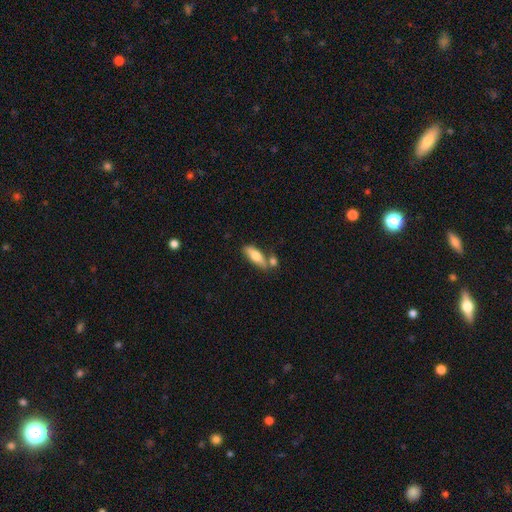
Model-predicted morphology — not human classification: Q: Smooth or featured?
A: smooth (68%); runner-up: featured or disk (26%)
Q: How rounded?
A: in between (60%); runner-up: cigar-shaped (37%)
Q: Merging?
A: none (58%); runner-up: merger (24%)